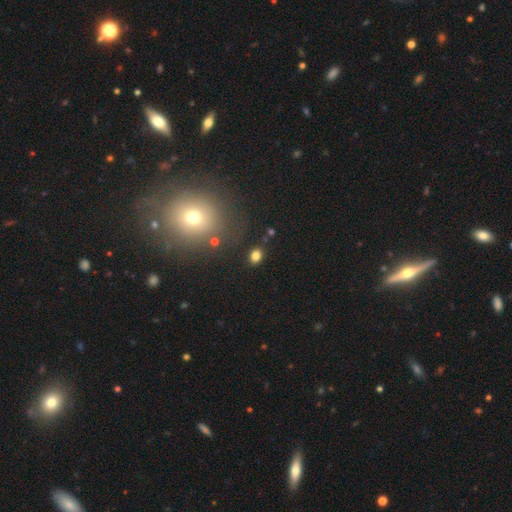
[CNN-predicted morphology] Smooth or featured: smooth — 80% (star or artifact — 14%)
How rounded: in between — 60% (round — 38%)
Merging: none — 82% (minor disturbance — 11%)